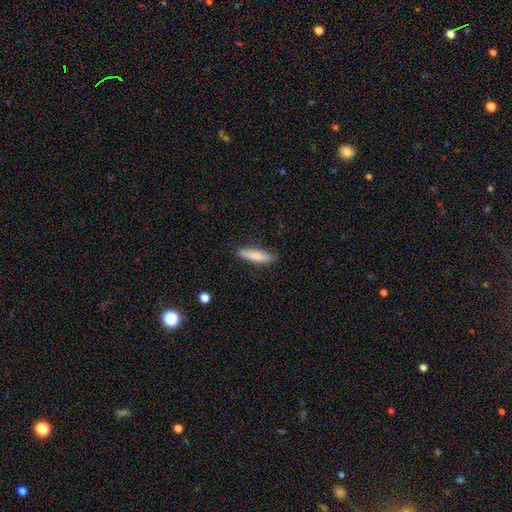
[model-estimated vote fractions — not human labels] A smooth galaxy with no disk features (79%) that is cigar-shaped (77%).

Vote fractions:
- Smooth or featured? smooth: 79% / featured or disk: 16% / star or artifact: 6%
- How rounded? cigar-shaped: 77% / in between: 21% / round: 1%
- Merging? none: 86% / minor disturbance: 11% / major disturbance: 2% / merger: 1%